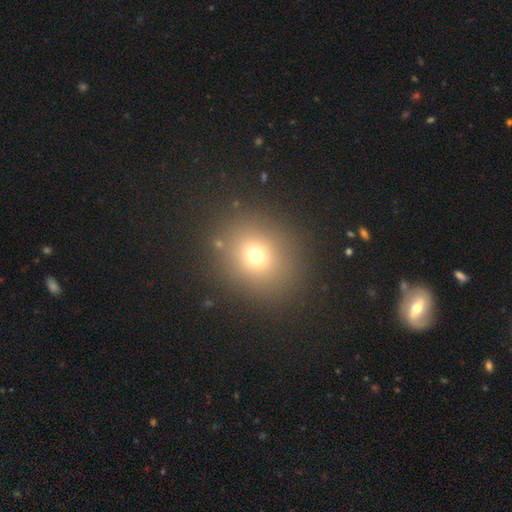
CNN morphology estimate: Smooth or featured? Predicted: smooth (p=0.69). How rounded? Predicted: round (p=0.81). Merging? Predicted: none (p=0.86).